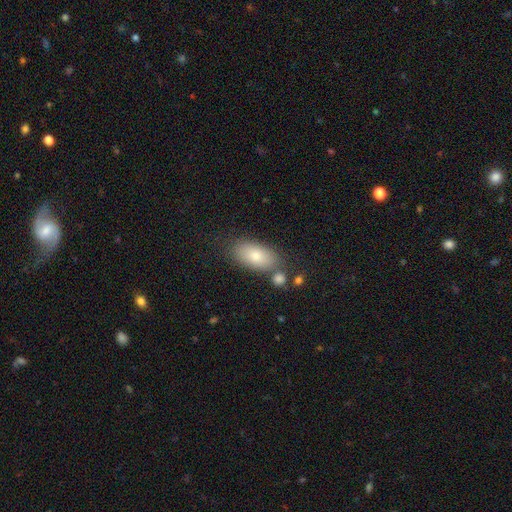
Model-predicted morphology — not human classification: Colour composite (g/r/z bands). It shows a smooth galaxy with no disk features (77%) that is in between round and cigar-shaped (90%). Merging: none (72%).